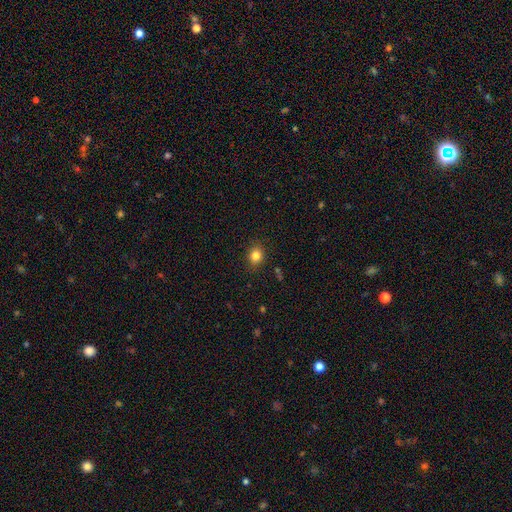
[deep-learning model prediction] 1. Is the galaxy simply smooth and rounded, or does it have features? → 83% smooth, 12% star or artifact, 6% featured or disk.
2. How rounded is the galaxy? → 71% round, 29% in between, 1% cigar-shaped.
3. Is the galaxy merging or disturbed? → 87% none, 9% minor disturbance, 2% major disturbance, 1% merger.